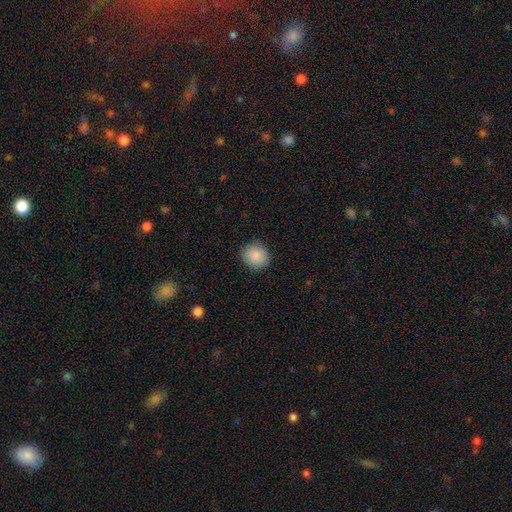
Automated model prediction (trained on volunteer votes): Smooth or featured: smooth — 88% (star or artifact — 8%)
How rounded: round — 85% (in between — 14%)
Merging: none — 87% (minor disturbance — 10%)